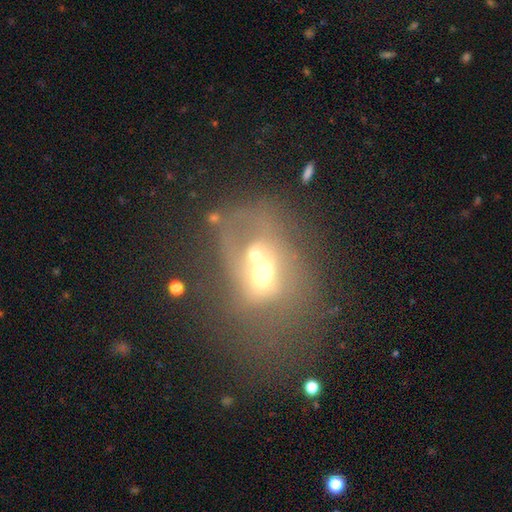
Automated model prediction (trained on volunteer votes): Smooth or featured: featured or disk — 46% (smooth — 38%)
Merging: merger — 49% (none — 21%)